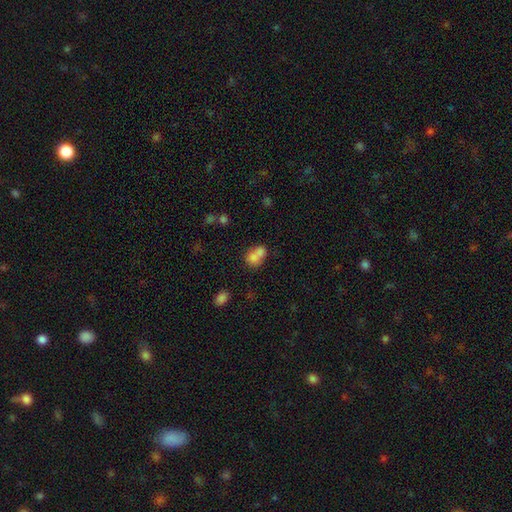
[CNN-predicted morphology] This appears to be a smooth galaxy with no disk features (74%) that is round (50%). Merging: merger (66%).